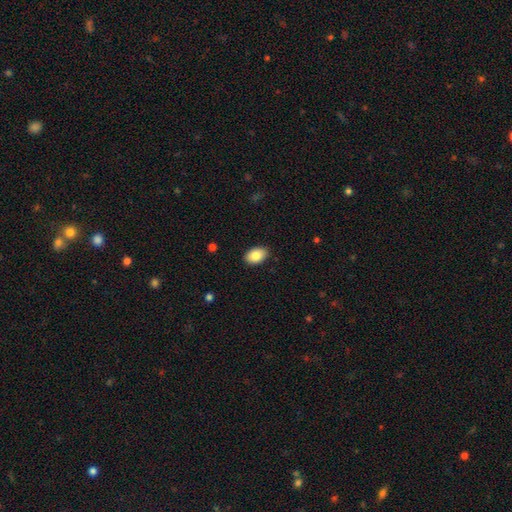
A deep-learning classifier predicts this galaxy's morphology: Overall: smooth (86%). How rounded: in between (91%). Merging: none (89%).